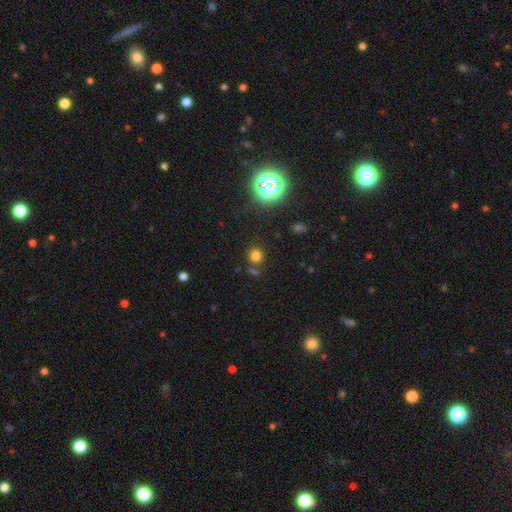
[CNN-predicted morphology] A smooth galaxy with no disk features (72%) that is round (86%).

Vote fractions:
- Smooth or featured? smooth: 72% / star or artifact: 22% / featured or disk: 6%
- How rounded? round: 86% / in between: 13% / cigar-shaped: 1%
- Merging? none: 78% / merger: 9% / minor disturbance: 9% / major disturbance: 4%